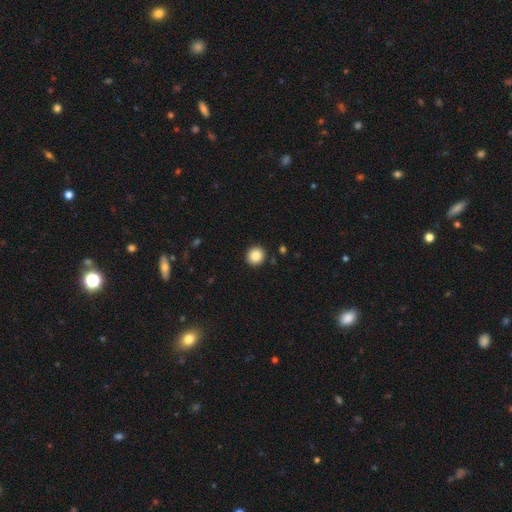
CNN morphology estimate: smooth_or_featured: smooth (p=0.86) [alt: star or artifact p=0.09]
how_rounded: round (p=0.92) [alt: in between p=0.07]
merging: none (p=0.92) [alt: minor disturbance p=0.05]